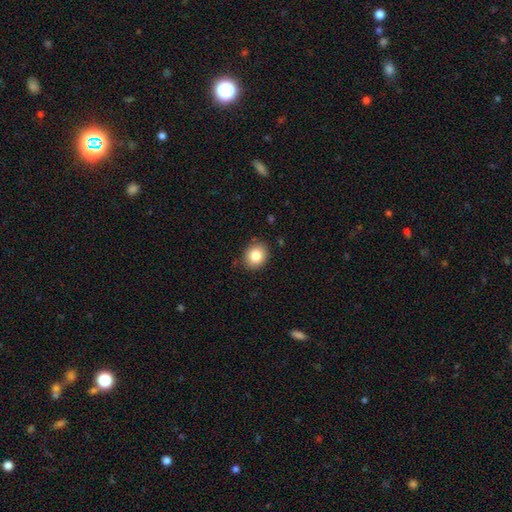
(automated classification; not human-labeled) smooth 83%, star or artifact 10%, featured or disk 7%. Down the decision tree: how rounded — round (69%); merging — none (87%).